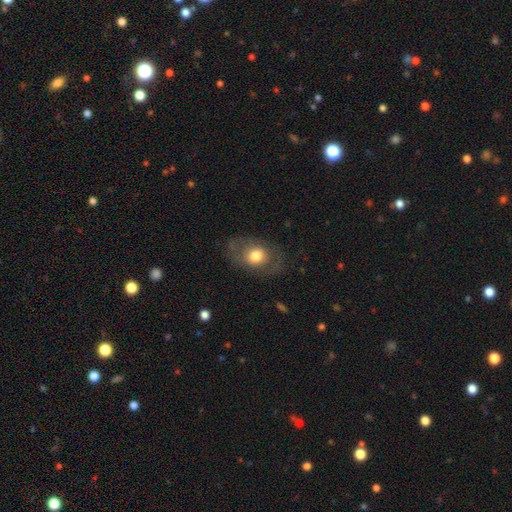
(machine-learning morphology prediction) This appears to be a smooth galaxy with no disk features (61%) that is in between round and cigar-shaped (67%). Merging: none (73%).